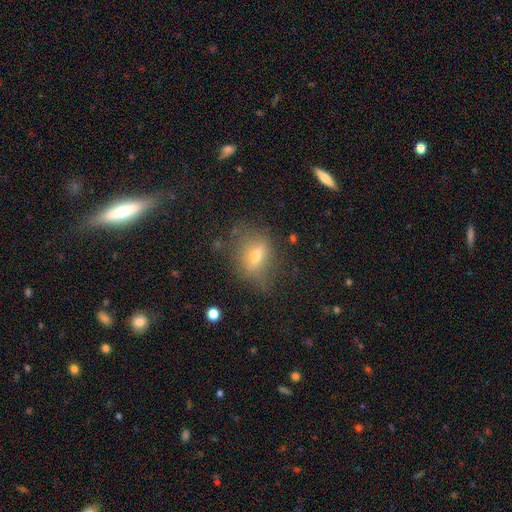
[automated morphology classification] This is marginally a smooth galaxy (45%). Merging: likely none (65%).